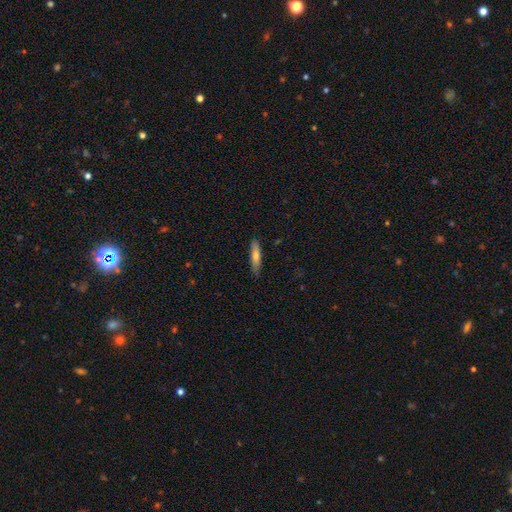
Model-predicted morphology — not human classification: Smooth or featured: smooth — 65% (featured or disk — 29%)
How rounded: cigar-shaped — 75% (in between — 23%)
Merging: none — 85% (minor disturbance — 11%)